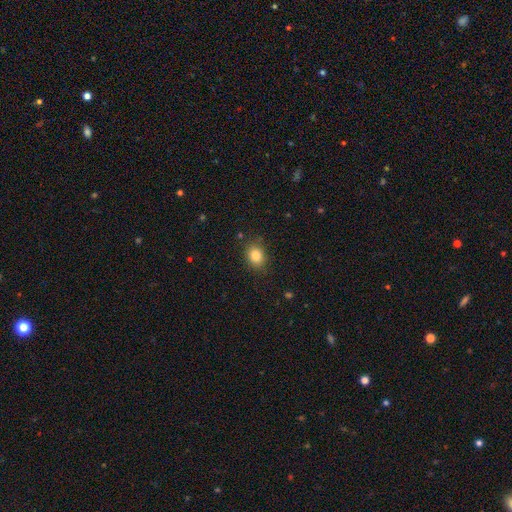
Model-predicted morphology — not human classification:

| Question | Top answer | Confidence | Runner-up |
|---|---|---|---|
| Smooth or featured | smooth | 83% | star or artifact (11%) |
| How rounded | round | 50% | in between (49%) |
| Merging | none | 86% | minor disturbance (10%) |